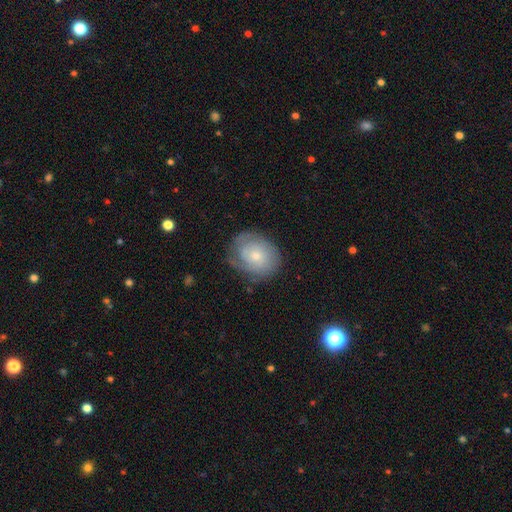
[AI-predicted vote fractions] Smooth or featured?
  - featured or disk: 53% *
  - smooth: 40%
  - star or artifact: 7%
Edge-on disk?
  - no: 97% *
  - yes: 3%
Bar?
  - no: 79% *
  - weak: 18%
  - strong: 2%
Spiral arms?
  - yes: 78% *
  - no: 22%
Bulge size?
  - small: 54% *
  - moderate: 39%
  - large: 3%
  - none: 3%
  - dominant: 1%
Merging?
  - none: 67% *
  - minor disturbance: 23%
  - major disturbance: 9%
  - merger: 1%